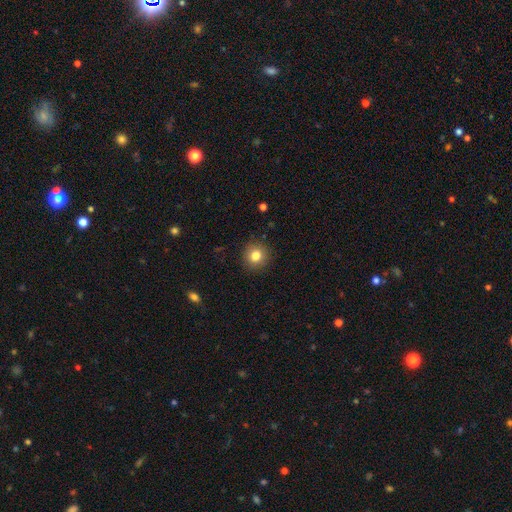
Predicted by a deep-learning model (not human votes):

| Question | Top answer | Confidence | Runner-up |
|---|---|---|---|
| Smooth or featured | smooth | 81% | star or artifact (11%) |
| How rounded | round | 91% | in between (8%) |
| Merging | none | 91% | minor disturbance (6%) |